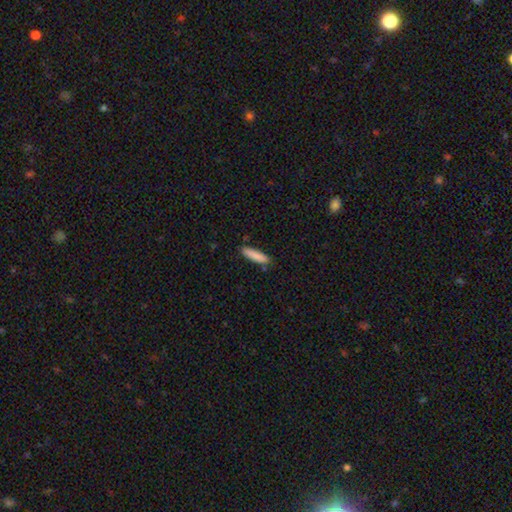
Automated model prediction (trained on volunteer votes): smooth_or_featured: smooth (p=0.86) [alt: featured or disk p=0.08]
how_rounded: cigar-shaped (p=0.77) [alt: in between p=0.22]
merging: none (p=0.84) [alt: minor disturbance p=0.12]